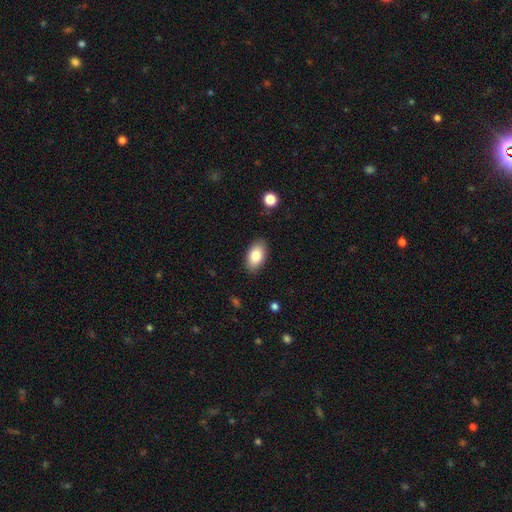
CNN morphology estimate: smooth-or-featured: smooth: 84% | featured or disk: 9% | star or artifact: 7%
  how-rounded: in between: 94% | round: 5% | cigar-shaped: 2%
  merging: none: 87% | minor disturbance: 9% | major disturbance: 2% | merger: 1%